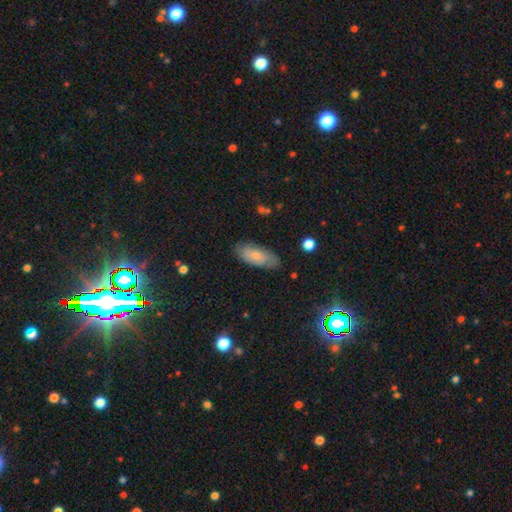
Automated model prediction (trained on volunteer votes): A smooth galaxy with no disk features (65%) that is in between round and cigar-shaped (83%).

Vote fractions:
- Smooth or featured? smooth: 65% / featured or disk: 27% / star or artifact: 7%
- How rounded? in between: 83% / cigar-shaped: 15% / round: 2%
- Merging? none: 80% / minor disturbance: 15% / major disturbance: 3% / merger: 1%